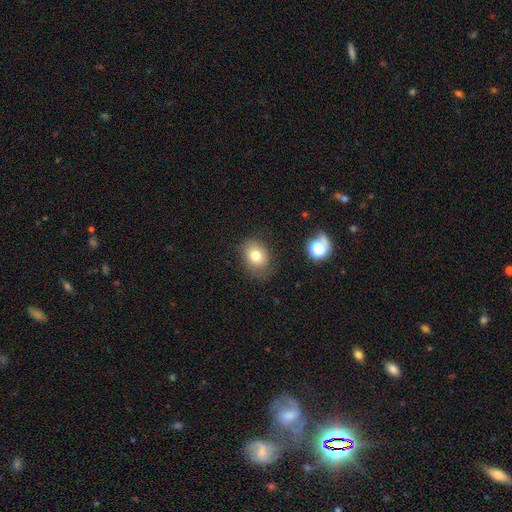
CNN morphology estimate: This appears to be a smooth galaxy with no disk features (77%) that is in between round and cigar-shaped (55%). Merging: none (79%).